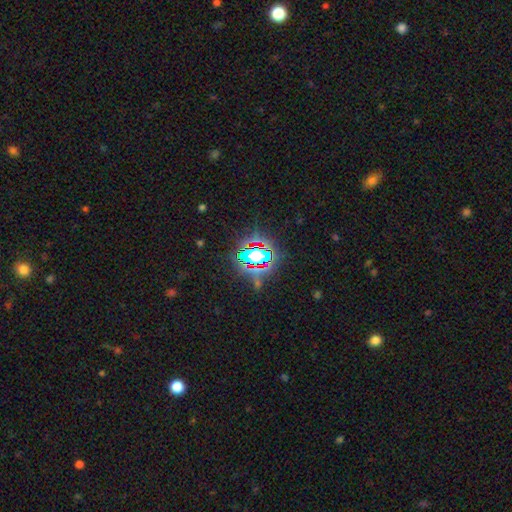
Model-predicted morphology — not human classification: Q: Smooth or featured?
A: star or artifact (71%); runner-up: smooth (17%)